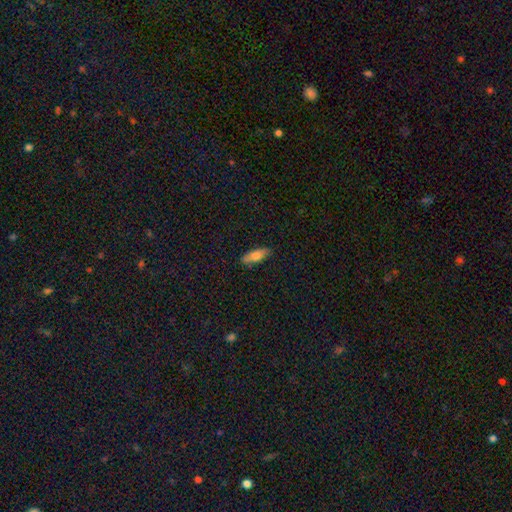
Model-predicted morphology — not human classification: Smooth or featured? smooth (75%)
How rounded? in between (62%)
Merging? none (85%)